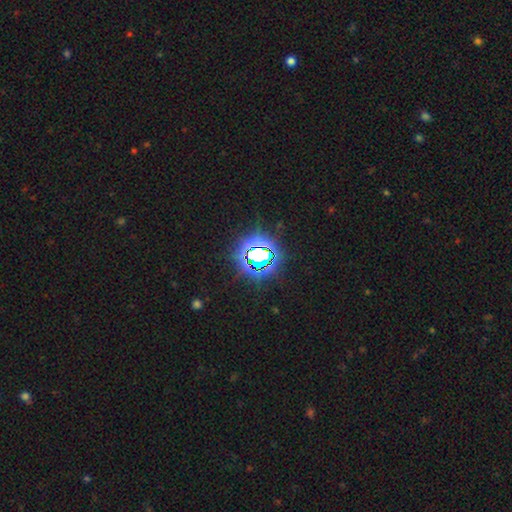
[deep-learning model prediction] Morphology: type=star or artifact (76%).